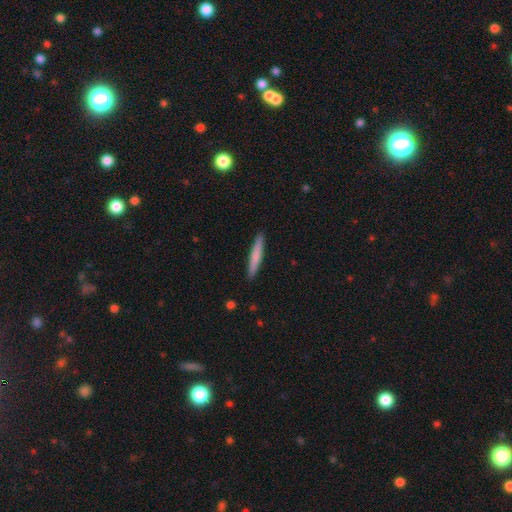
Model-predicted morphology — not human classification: Smooth or featured? smooth (73%)
How rounded? cigar-shaped (95%)
Merging? none (91%)